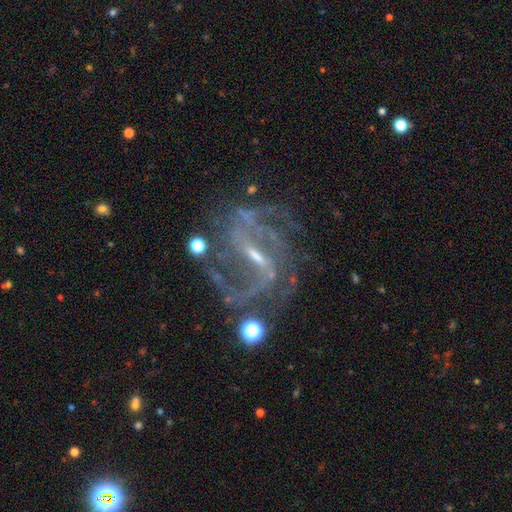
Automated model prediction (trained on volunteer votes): smooth_or_featured: featured or disk (p=0.87) [alt: star or artifact p=0.09]
disk_edge_on: no (p=0.97) [alt: yes p=0.03]
bar: strong (p=0.53) [alt: weak p=0.35]
has_spiral_arms: yes (p=0.97) [alt: no p=0.03]
spiral_winding: medium (p=0.50) [alt: tight p=0.26]
spiral_arm_count: 2 (p=0.47) [alt: 3 p=0.16]
bulge_size: small (p=0.77) [alt: moderate p=0.15]
merging: none (p=0.64) [alt: minor disturbance p=0.17]